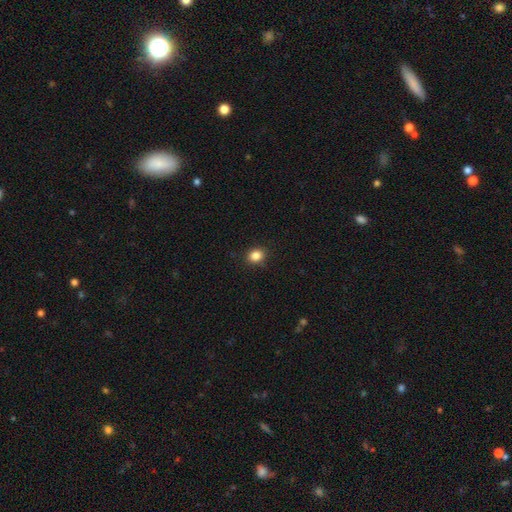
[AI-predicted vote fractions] Smooth or featured? smooth (85%)
How rounded? round (66%)
Merging? none (89%)